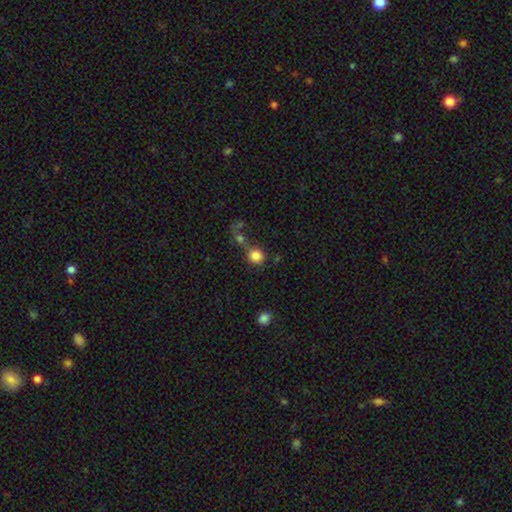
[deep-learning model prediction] Morphology: type=smooth (83%); roundness=round (89%); merging=none (56%).